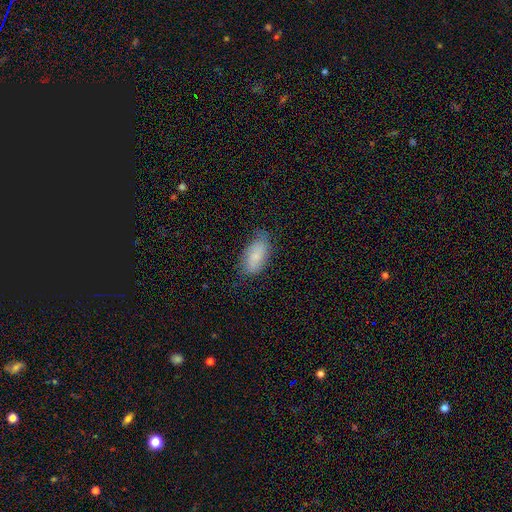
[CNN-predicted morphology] The model was most divided on "merging": none: 72%, minor disturbance: 22%, major disturbance: 5%, merger: 1%. More confident: how rounded — in between (91%); smooth or featured — smooth (74%).